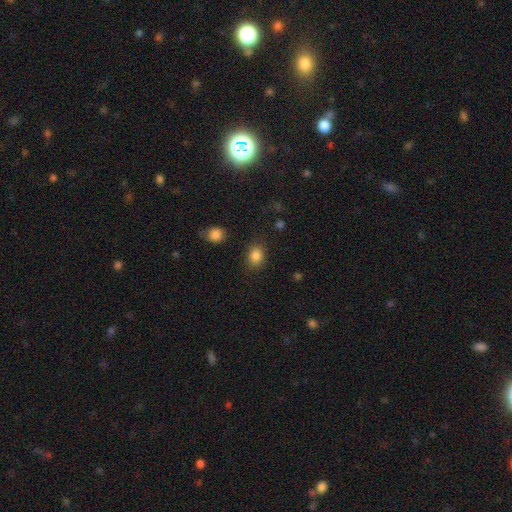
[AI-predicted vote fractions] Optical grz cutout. It shows a smooth galaxy with no disk features (84%) that is in between round and cigar-shaped (57%). Merging: none (82%).